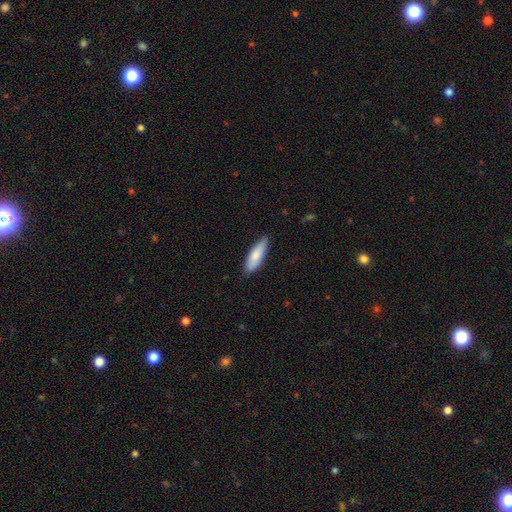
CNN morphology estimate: Overall: smooth (81%). How rounded: in between (52%; cigar-shaped 47%). Merging: none (80%).